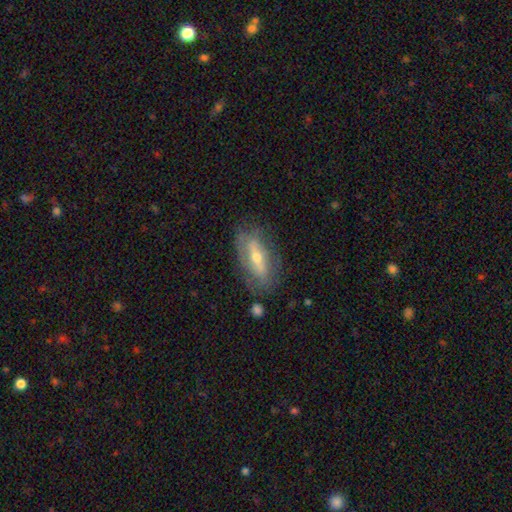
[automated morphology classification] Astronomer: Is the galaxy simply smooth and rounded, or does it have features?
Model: featured or disk — 67%.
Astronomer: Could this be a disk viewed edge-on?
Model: no — 77%.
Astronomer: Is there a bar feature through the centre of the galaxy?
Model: strong — 42% (runner-up: no, 29%).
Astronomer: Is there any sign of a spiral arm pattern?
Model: yes — 57% (runner-up: no, 43%).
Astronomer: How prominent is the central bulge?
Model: moderate — 52% (runner-up: small, 44%).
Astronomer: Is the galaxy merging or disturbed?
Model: none — 73%.